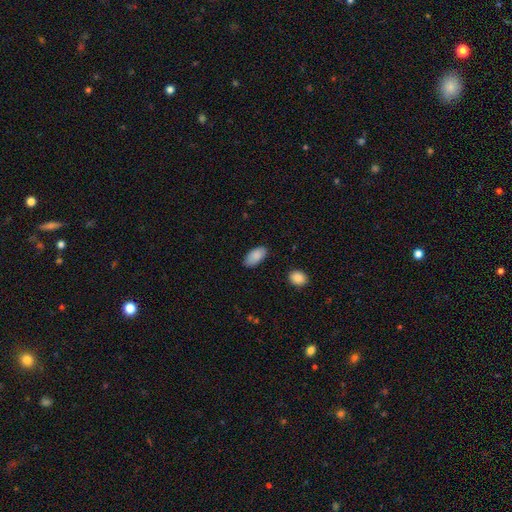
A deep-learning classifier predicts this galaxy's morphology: A smooth galaxy with no disk features (88%) that is in between round and cigar-shaped (94%). Merging: none (84%).